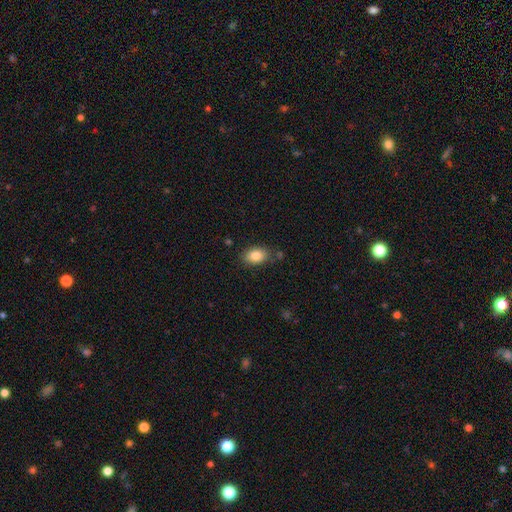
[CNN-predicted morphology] Q: Smooth or featured?
A: smooth (85%); runner-up: star or artifact (8%)
Q: How rounded?
A: in between (84%); runner-up: round (14%)
Q: Merging?
A: none (78%); runner-up: minor disturbance (15%)